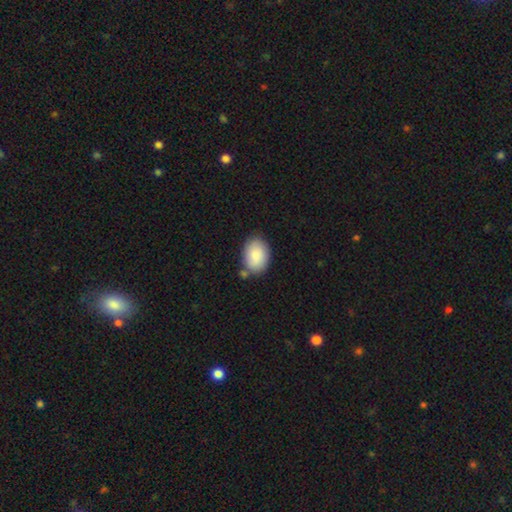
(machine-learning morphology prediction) This is clearly a smooth galaxy (86%). How rounded: clearly in between (81%). Merging: likely none (71%).